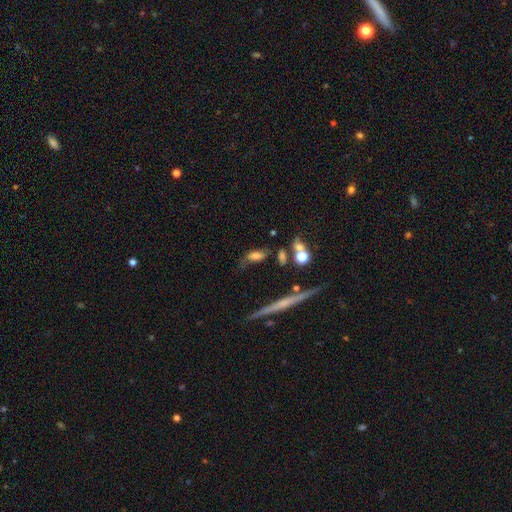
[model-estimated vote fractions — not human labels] This appears to be a smooth galaxy with no disk features (56%) that is in between round and cigar-shaped (73%). Merging: none (44%).